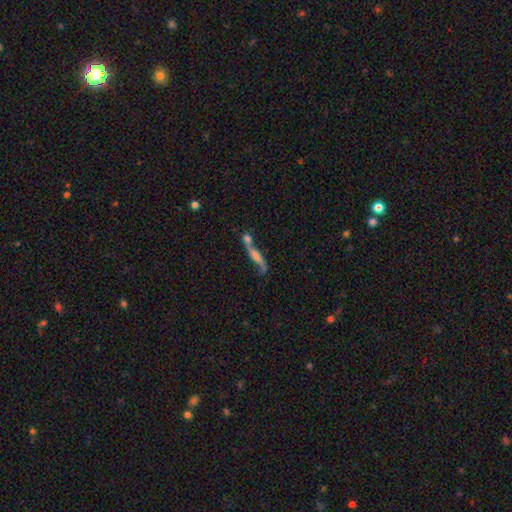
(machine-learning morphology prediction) Smooth or featured? featured or disk (60%)
Edge-on disk? yes (61%)
Merging? none (40%)